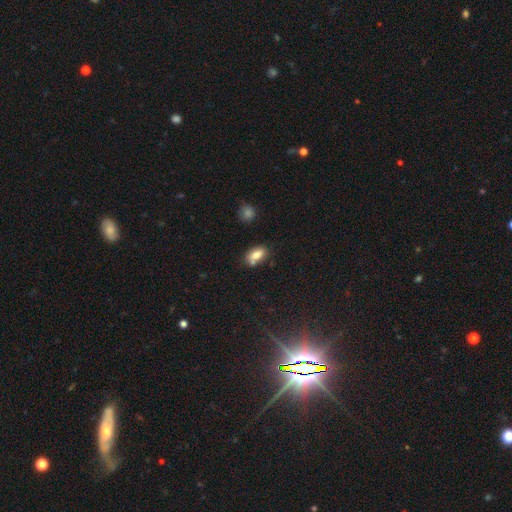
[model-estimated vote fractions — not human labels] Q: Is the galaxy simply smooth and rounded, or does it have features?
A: smooth — 81%.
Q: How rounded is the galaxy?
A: in between — 89%.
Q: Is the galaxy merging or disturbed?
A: none — 62%.